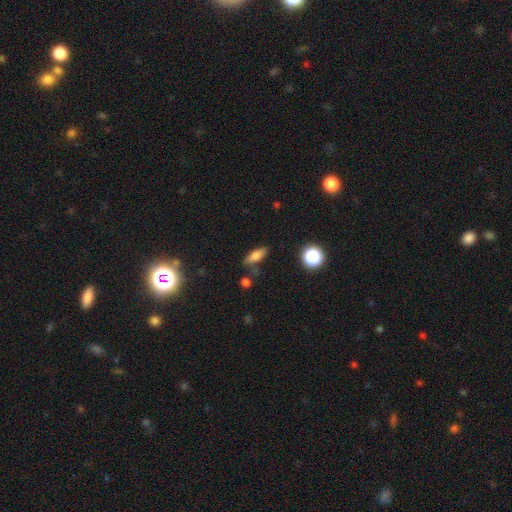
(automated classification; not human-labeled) Morphology: type=smooth (74%); roundness=in between (65%); merging=none (73%).